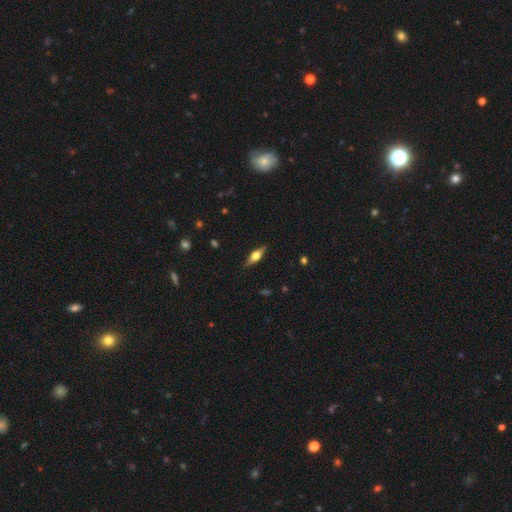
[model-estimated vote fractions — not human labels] featured or disk 58%, smooth 35%, star or artifact 7%. Down the decision tree: edge-on disk — yes (94%); edge-on bulge — rounded (93%); merging — none (87%).